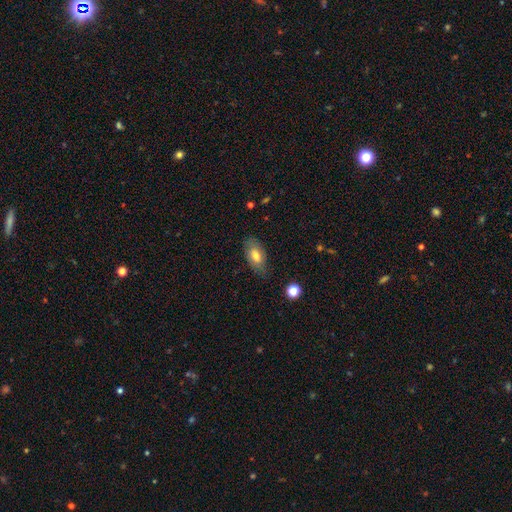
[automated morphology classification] This appears to be a smooth galaxy with no disk features (67%) that is in between round and cigar-shaped (90%). Merging: none (74%).